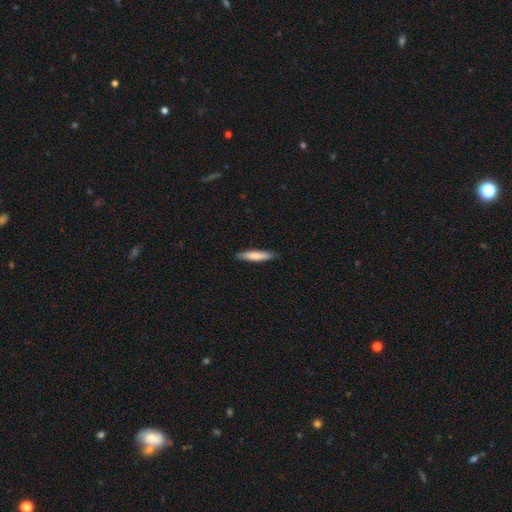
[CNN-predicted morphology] Smooth or featured? smooth (80%)
How rounded? cigar-shaped (83%)
Merging? none (88%)